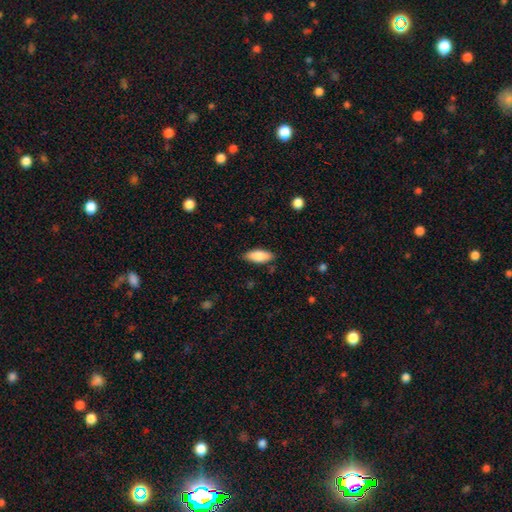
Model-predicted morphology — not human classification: Smooth or featured: smooth — 85% (featured or disk — 9%)
How rounded: in between — 80% (cigar-shaped — 18%)
Merging: none — 84% (minor disturbance — 12%)